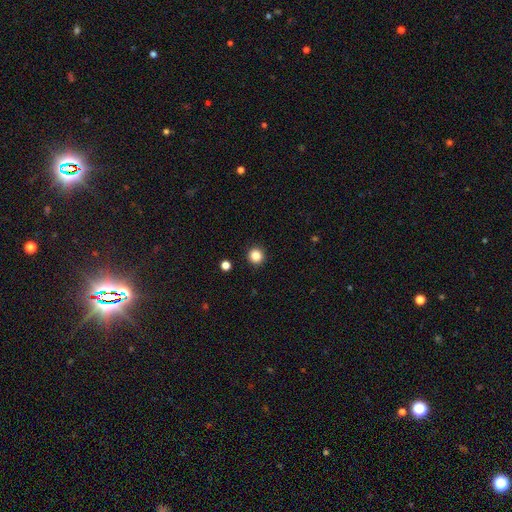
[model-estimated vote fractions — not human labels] This is clearly a smooth galaxy (86%). How rounded: clearly round (95%). Merging: clearly none (93%).